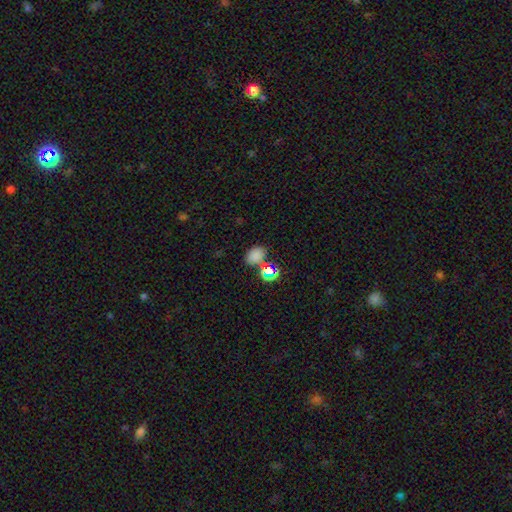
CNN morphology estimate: type=smooth (72%); roundness=in between (67%); merging=none (68%).